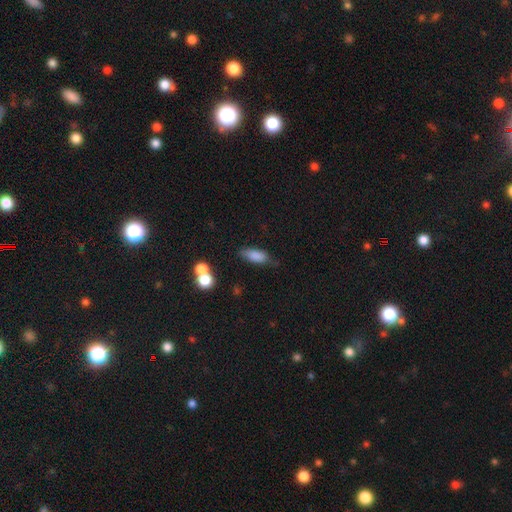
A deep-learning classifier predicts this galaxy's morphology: smooth-or-featured: smooth: 82% | featured or disk: 9% | star or artifact: 8%
  how-rounded: in between: 74% | cigar-shaped: 23% | round: 3%
  merging: none: 67% | minor disturbance: 22% | major disturbance: 6% | merger: 6%